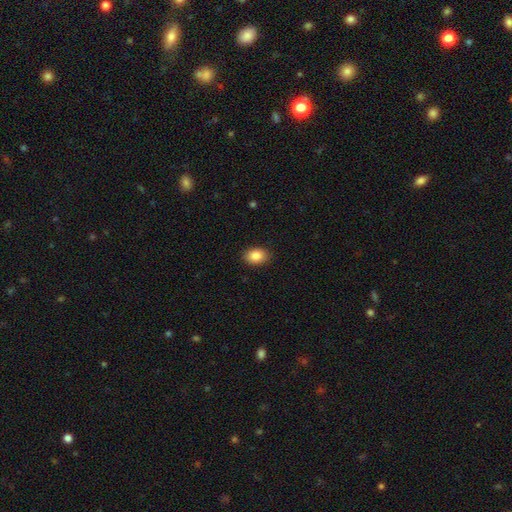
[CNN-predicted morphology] Smooth or featured?
  - smooth: 86% *
  - star or artifact: 8%
  - featured or disk: 5%
How rounded?
  - in between: 78% *
  - round: 21%
  - cigar-shaped: 1%
Merging?
  - none: 89% *
  - minor disturbance: 8%
  - major disturbance: 2%
  - merger: 1%